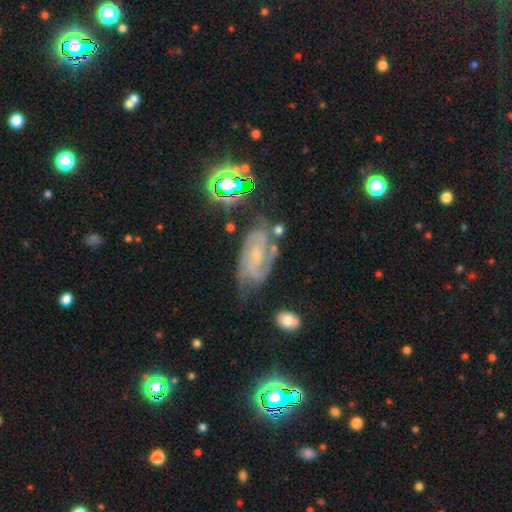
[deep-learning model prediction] This appears to be a featured or disk galaxy (80%) with no bar (47%), 2 (49%) tight (53%) spiral arms (96%) and a small central bulge (67%). Merging: none (66%).